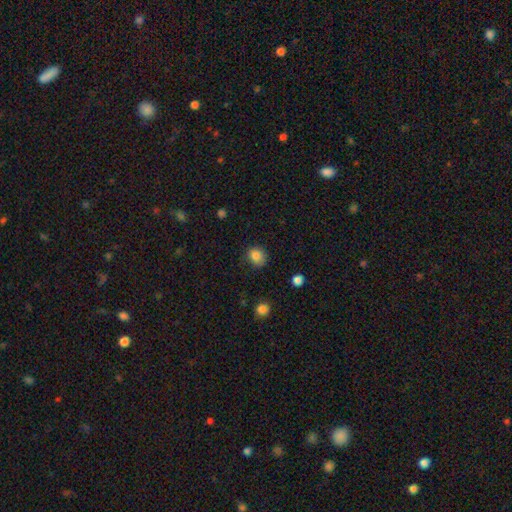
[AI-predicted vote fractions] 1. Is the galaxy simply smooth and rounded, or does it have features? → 84% smooth, 11% star or artifact, 5% featured or disk.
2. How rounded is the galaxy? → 71% round, 28% in between, 1% cigar-shaped.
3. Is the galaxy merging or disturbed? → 73% none, 20% minor disturbance, 5% major disturbance, 2% merger.